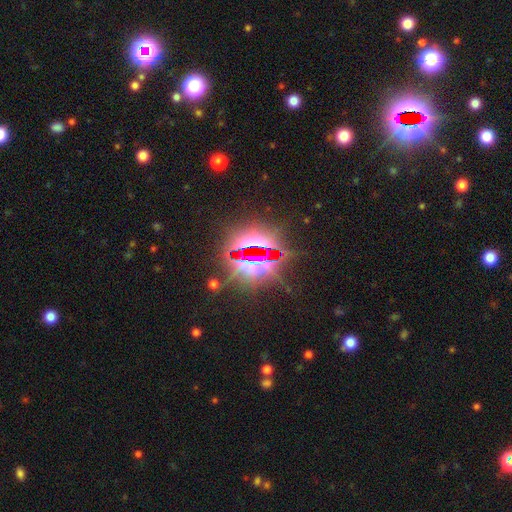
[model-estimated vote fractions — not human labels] smooth-or-featured: star or artifact: 82% | smooth: 9% | featured or disk: 9%